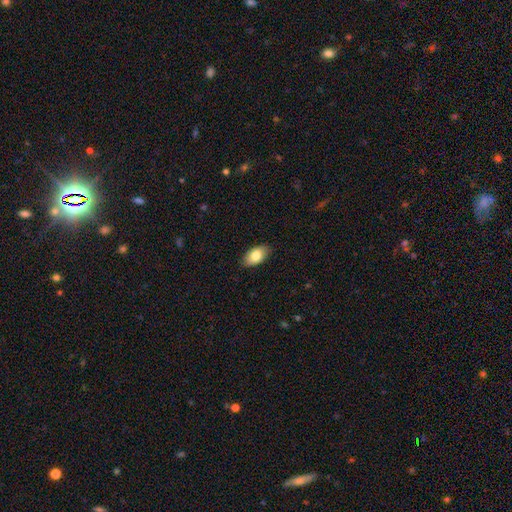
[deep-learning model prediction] This appears to be a smooth galaxy with no disk features (81%) that is in between round and cigar-shaped (93%). Merging: none (87%).